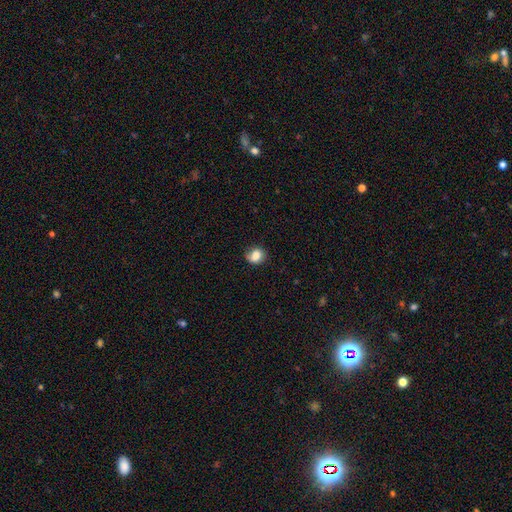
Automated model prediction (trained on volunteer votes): A smooth galaxy with no disk features (80%) that is round (67%). Merging: none (65%).